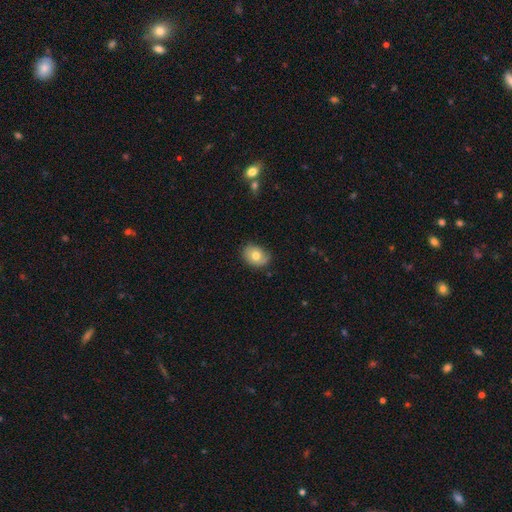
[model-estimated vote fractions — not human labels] Morphology: type=smooth (72%); roundness=in between (60%); merging=none (73%).